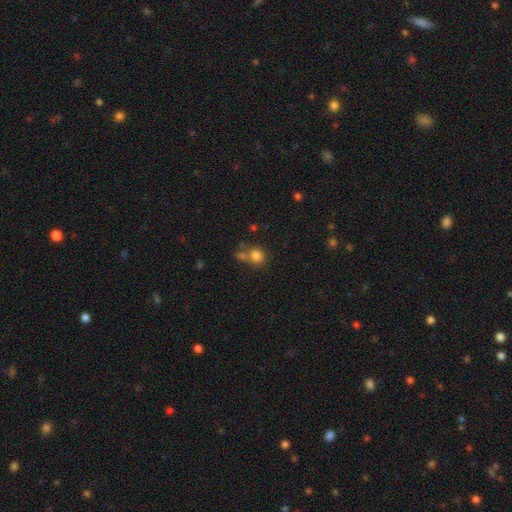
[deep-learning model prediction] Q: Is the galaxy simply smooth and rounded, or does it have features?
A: smooth — 80%.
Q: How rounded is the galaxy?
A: round — 71%.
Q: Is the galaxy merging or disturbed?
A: none — 52%.